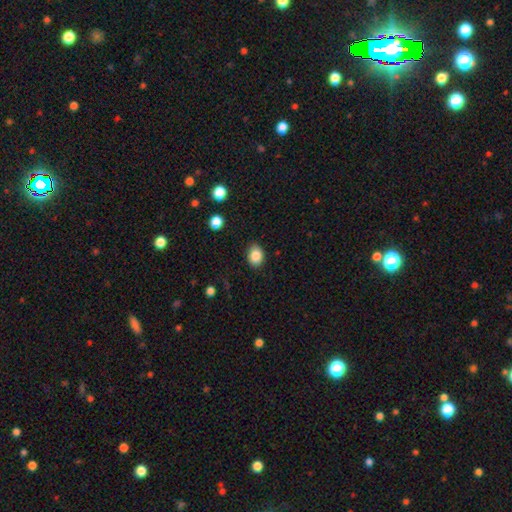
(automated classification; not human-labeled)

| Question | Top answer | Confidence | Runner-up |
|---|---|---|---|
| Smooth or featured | smooth | 86% | star or artifact (9%) |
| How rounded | in between | 66% | round (33%) |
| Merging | none | 86% | minor disturbance (11%) |